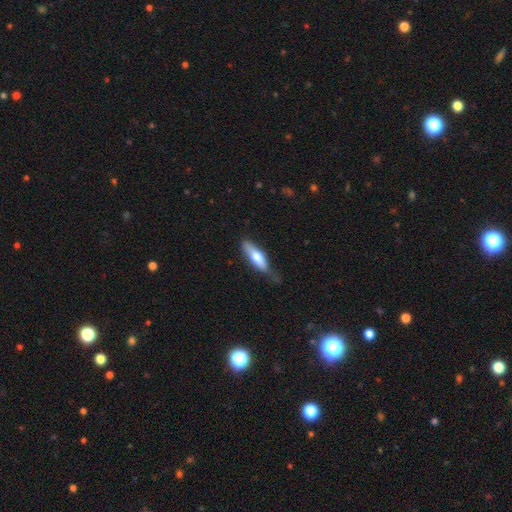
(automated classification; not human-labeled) This is likely a smooth galaxy (63%). How rounded: possibly cigar-shaped (58%). Merging: possibly none (55%).